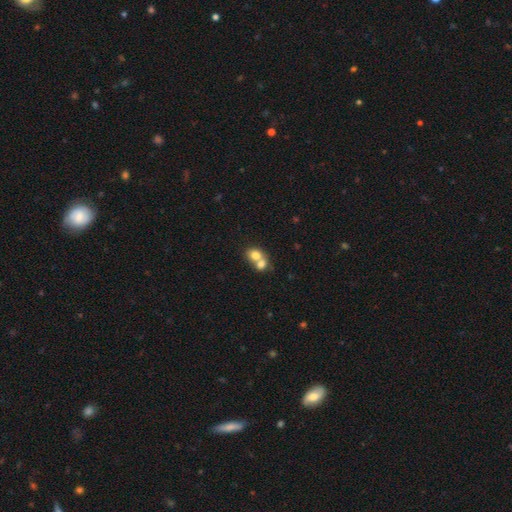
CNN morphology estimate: Smooth or featured? smooth (74%)
How rounded? round (60%)
Merging? merger (68%)